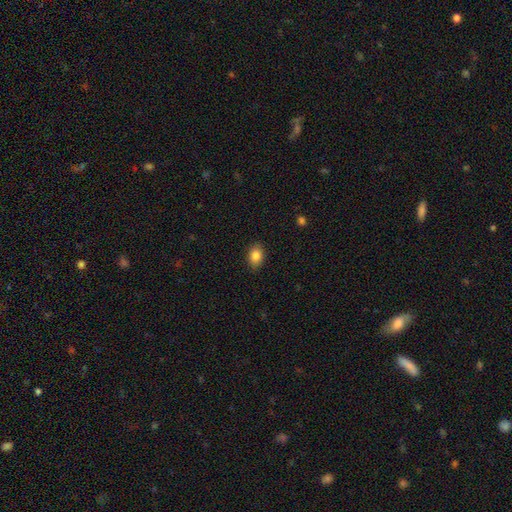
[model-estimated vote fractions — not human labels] Smooth or featured?
  - smooth: 84% *
  - star or artifact: 9%
  - featured or disk: 7%
How rounded?
  - in between: 79% *
  - round: 20%
  - cigar-shaped: 1%
Merging?
  - none: 88% *
  - minor disturbance: 9%
  - major disturbance: 2%
  - merger: 1%